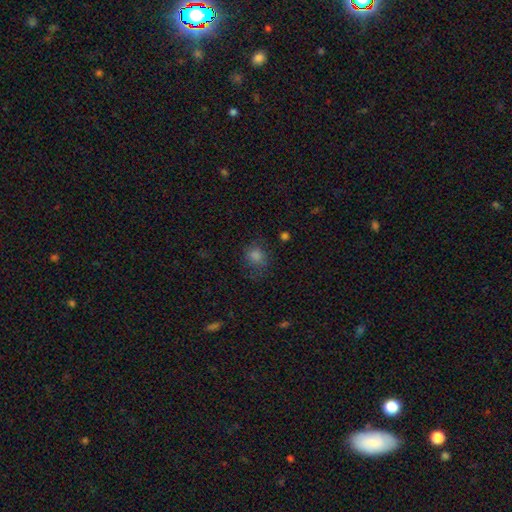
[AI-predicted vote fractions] Smooth or featured?
  - smooth: 72% *
  - star or artifact: 19%
  - featured or disk: 9%
How rounded?
  - round: 74% *
  - in between: 25%
  - cigar-shaped: 1%
Merging?
  - none: 69% *
  - minor disturbance: 19%
  - major disturbance: 10%
  - merger: 2%